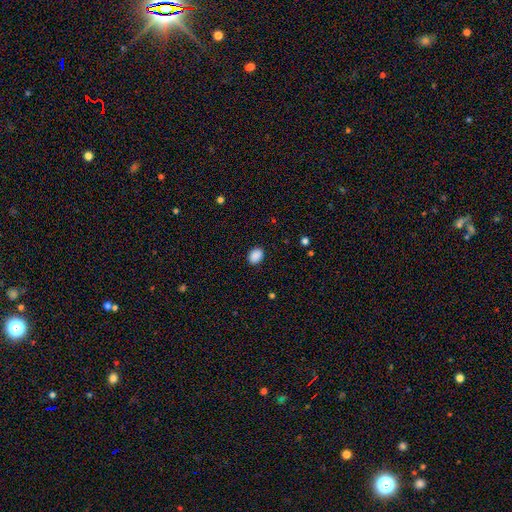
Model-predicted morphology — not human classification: smooth 89%, star or artifact 8%, featured or disk 3%. Down the decision tree: how rounded — in between (67%); merging — none (89%).